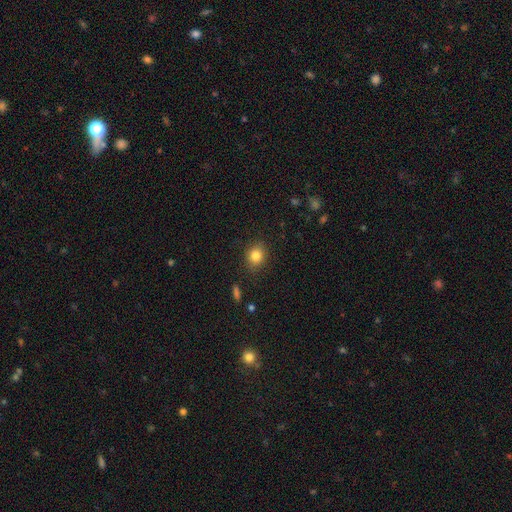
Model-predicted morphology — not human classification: smooth_or_featured: smooth (p=0.84) [alt: star or artifact p=0.10]
how_rounded: round (p=0.66) [alt: in between p=0.33]
merging: none (p=0.85) [alt: minor disturbance p=0.11]